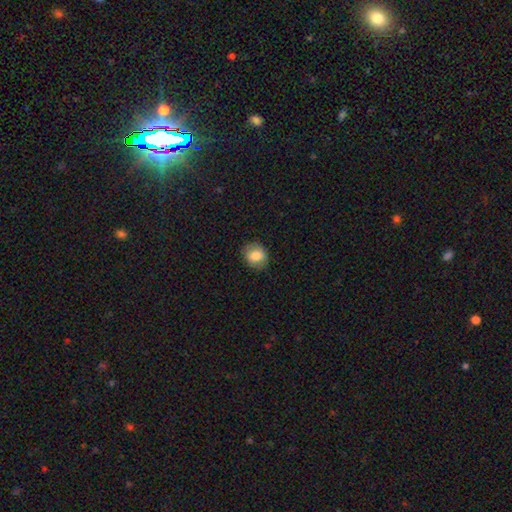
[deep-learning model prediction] This appears to be a smooth galaxy with no disk features (78%) that is round (61%). Merging: none (83%).